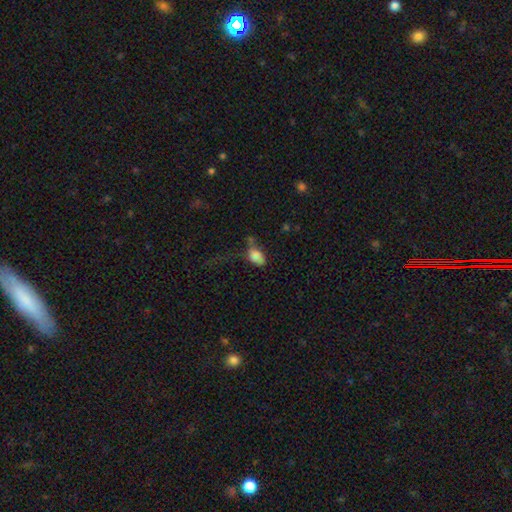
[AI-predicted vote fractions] The model was most divided on "merging": none: 31%, minor disturbance: 28%, major disturbance: 28%, merger: 12%. More confident: how rounded — in between (89%); smooth or featured — smooth (81%).